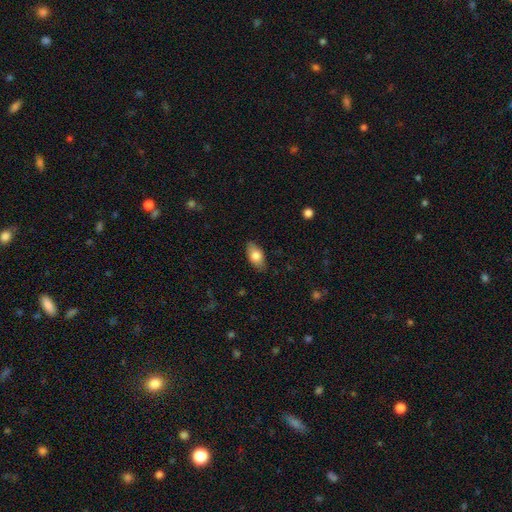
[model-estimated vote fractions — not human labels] Overall: smooth (78%). How rounded: in between (90%). Merging: none (86%).